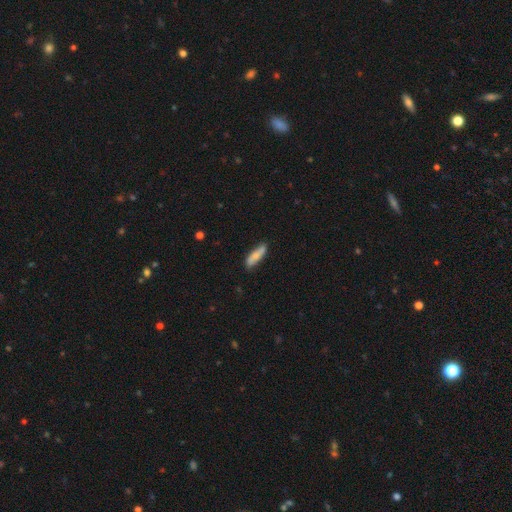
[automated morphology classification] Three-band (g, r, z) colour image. It shows a smooth galaxy with no disk features (69%) that is cigar-shaped (66%). Merging: none (80%).